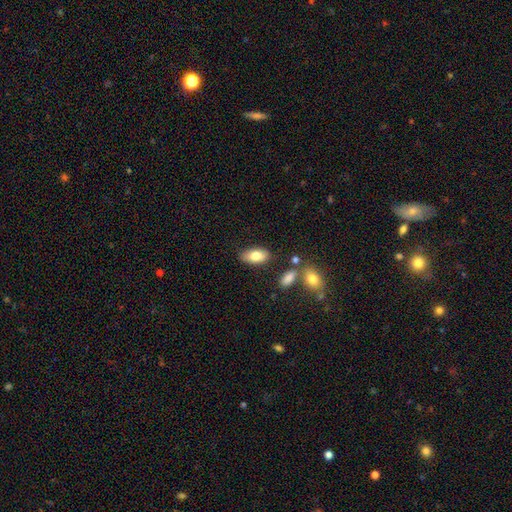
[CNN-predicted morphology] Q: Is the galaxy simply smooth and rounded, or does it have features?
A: smooth — 79%.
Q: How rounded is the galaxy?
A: in between — 91%.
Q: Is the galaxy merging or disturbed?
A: none — 81%.